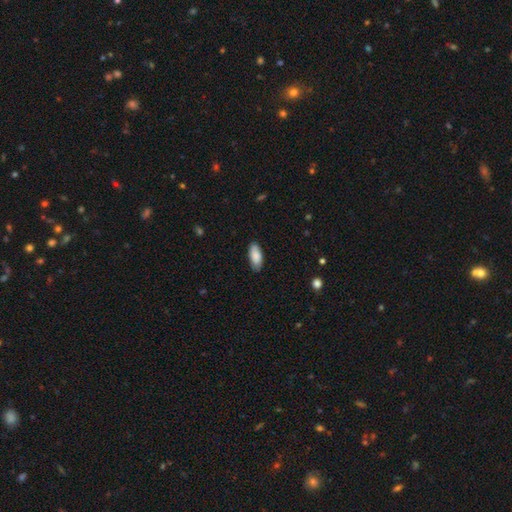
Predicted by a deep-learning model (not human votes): Q: Smooth or featured?
A: smooth (86%); runner-up: featured or disk (8%)
Q: How rounded?
A: in between (86%); runner-up: cigar-shaped (12%)
Q: Merging?
A: none (85%); runner-up: minor disturbance (12%)